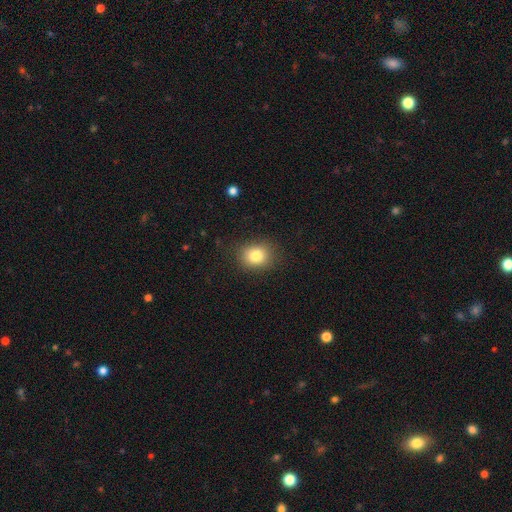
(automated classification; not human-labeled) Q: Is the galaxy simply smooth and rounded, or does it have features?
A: smooth — 82%.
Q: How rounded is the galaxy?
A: round — 61%.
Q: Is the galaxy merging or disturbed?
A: none — 85%.